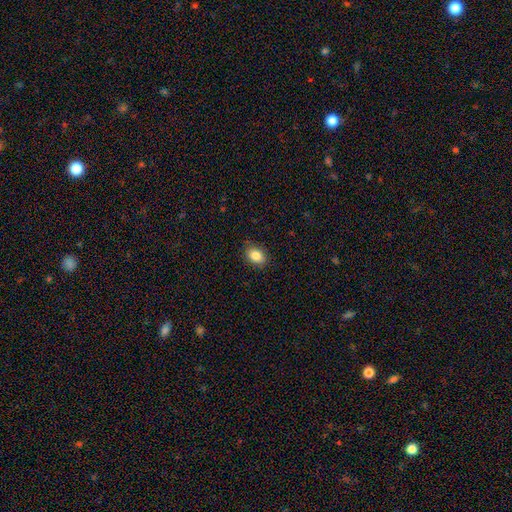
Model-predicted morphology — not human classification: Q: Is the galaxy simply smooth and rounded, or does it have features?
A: smooth — 85%.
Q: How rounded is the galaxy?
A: in between — 70%.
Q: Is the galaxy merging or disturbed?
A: none — 86%.